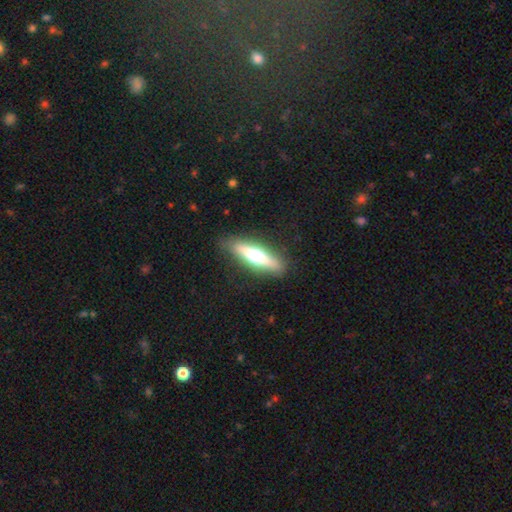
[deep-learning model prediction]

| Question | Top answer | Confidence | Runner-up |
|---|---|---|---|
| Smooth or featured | featured or disk | 50% | smooth (44%) |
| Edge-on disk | yes | 90% | no (10%) |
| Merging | none | 87% | minor disturbance (10%) |